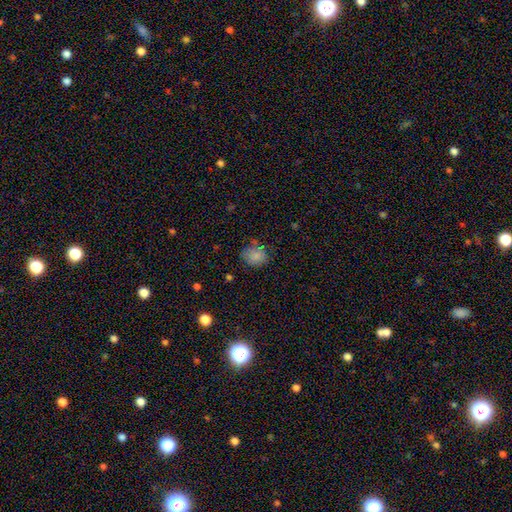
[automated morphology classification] Q: Smooth or featured?
A: smooth (83%); runner-up: star or artifact (10%)
Q: How rounded?
A: round (66%); runner-up: in between (33%)
Q: Merging?
A: none (72%); runner-up: minor disturbance (20%)